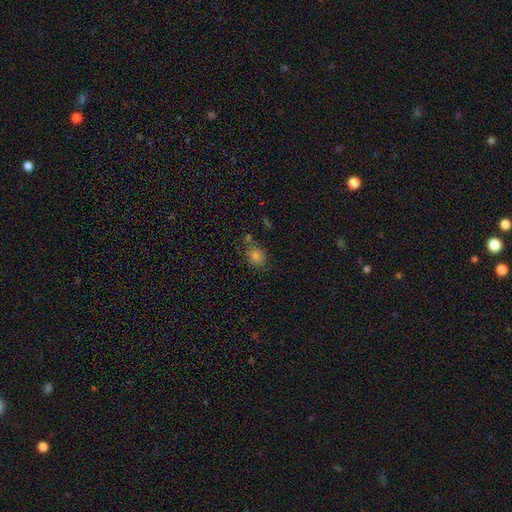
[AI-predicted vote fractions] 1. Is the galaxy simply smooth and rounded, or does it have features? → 65% smooth, 24% star or artifact, 11% featured or disk.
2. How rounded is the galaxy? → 61% round, 37% in between, 1% cigar-shaped.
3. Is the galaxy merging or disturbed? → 67% none, 18% minor disturbance, 9% merger, 6% major disturbance.